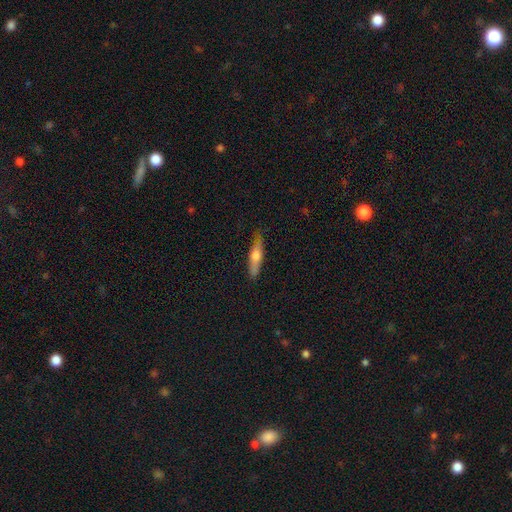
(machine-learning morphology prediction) smooth 51%, featured or disk 43%, star or artifact 6%. Down the decision tree: how rounded — cigar-shaped (81%); merging — none (82%).